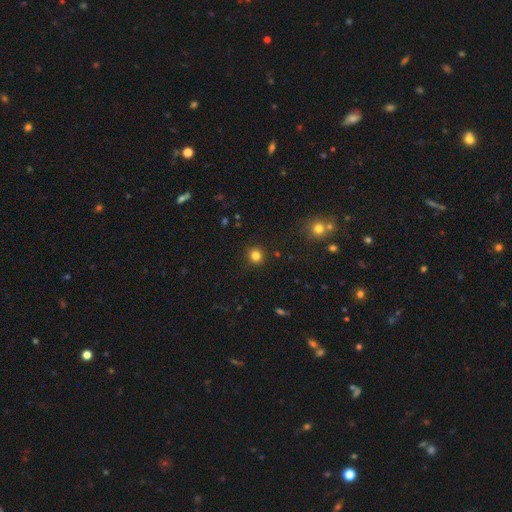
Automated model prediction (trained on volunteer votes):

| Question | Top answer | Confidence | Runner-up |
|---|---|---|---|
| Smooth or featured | smooth | 81% | star or artifact (14%) |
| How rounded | round | 93% | in between (6%) |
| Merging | none | 91% | minor disturbance (5%) |